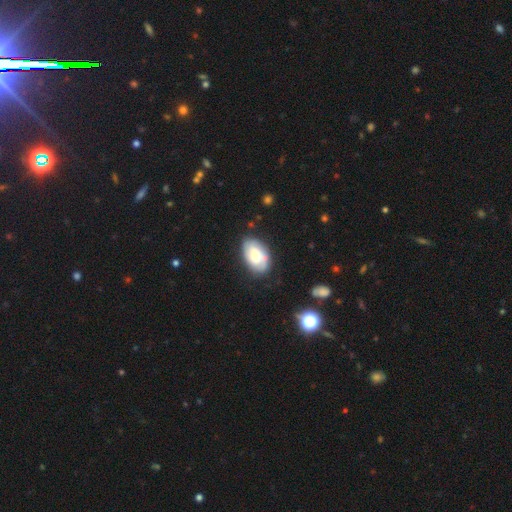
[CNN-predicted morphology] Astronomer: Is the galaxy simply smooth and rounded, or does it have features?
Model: smooth — 48% (runner-up: featured or disk, 46%).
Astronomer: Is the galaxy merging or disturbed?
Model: none — 73%.